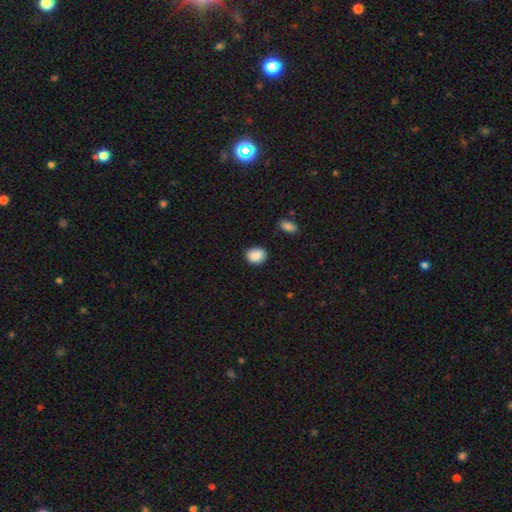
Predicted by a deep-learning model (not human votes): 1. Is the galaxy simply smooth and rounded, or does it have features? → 88% smooth, 8% star or artifact, 4% featured or disk.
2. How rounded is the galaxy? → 60% round, 39% in between, 1% cigar-shaped.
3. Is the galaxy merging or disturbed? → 85% none, 11% minor disturbance, 2% major disturbance, 2% merger.